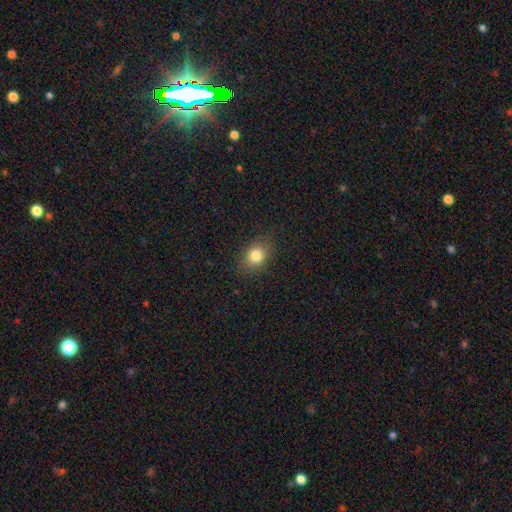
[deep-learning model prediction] Smooth or featured? smooth (81%)
How rounded? in between (53%)
Merging? none (84%)